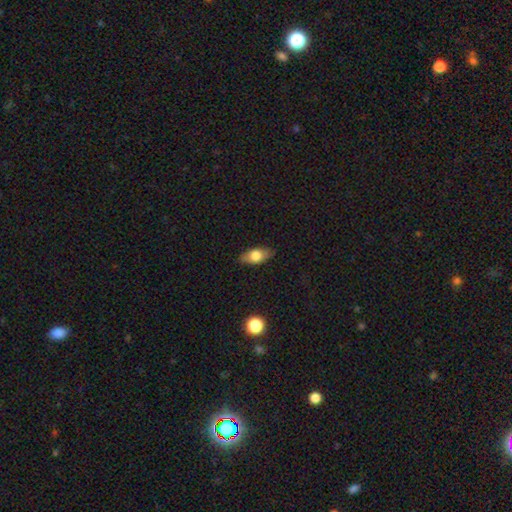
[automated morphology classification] smooth_or_featured: smooth (p=0.68) [alt: featured or disk p=0.25]
how_rounded: in between (p=0.82) [alt: cigar-shaped p=0.09]
merging: none (p=0.82) [alt: minor disturbance p=0.14]